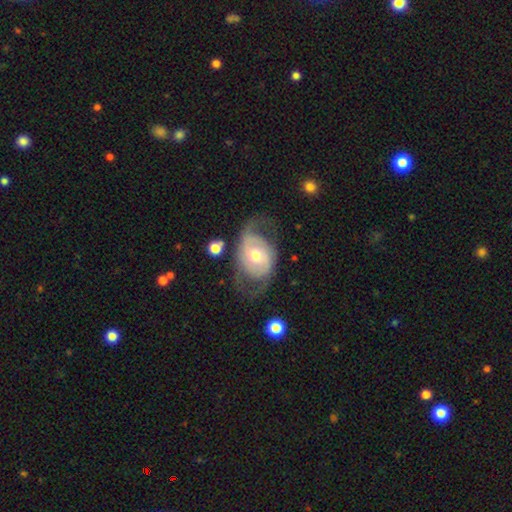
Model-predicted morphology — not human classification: Overall: featured or disk (70%). Edge-on disk: no (95%). Bar: no (63%; weak 27%). Spiral arms: yes (73%). Bulge size: moderate (61%; small 32%). Merging: none (52%; major disturbance 24%).